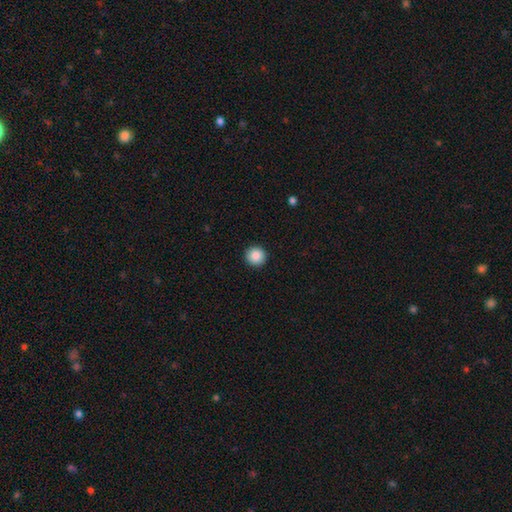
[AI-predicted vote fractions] This is clearly a smooth galaxy (88%). How rounded: clearly round (94%). Merging: clearly none (93%).